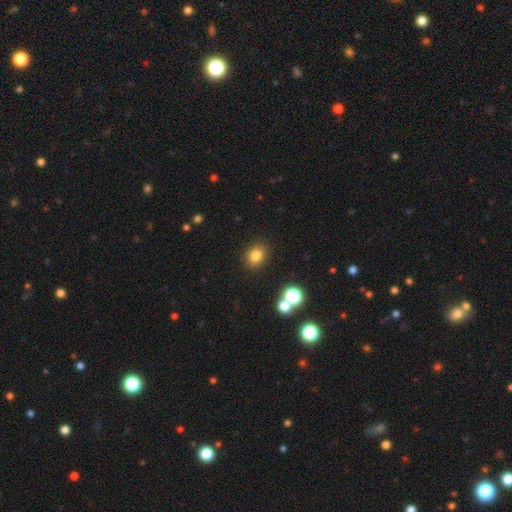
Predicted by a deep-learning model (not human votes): Smooth or featured: smooth — 81% (star or artifact — 14%)
How rounded: round — 63% (in between — 36%)
Merging: none — 86% (minor disturbance — 8%)